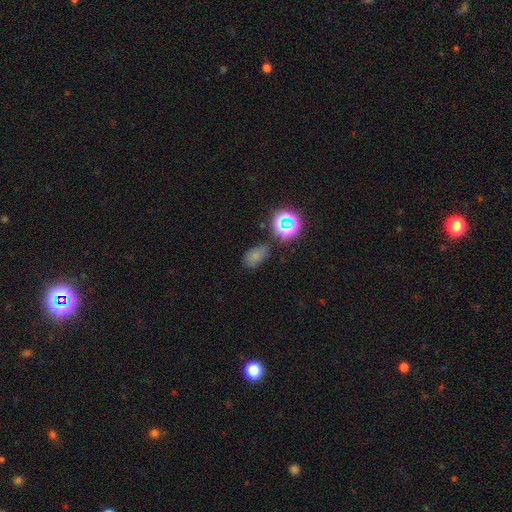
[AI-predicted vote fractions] smooth 67%, star or artifact 24%, featured or disk 10%. Down the decision tree: how rounded — in between (83%); merging — none (67%).